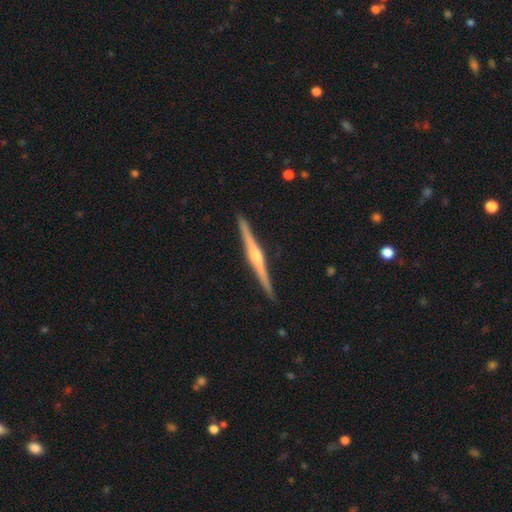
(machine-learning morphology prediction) Smooth or featured: featured or disk — 83% (smooth — 12%)
Edge-on disk: yes — 99% (no — 1%)
Edge-on bulge: rounded — 77% (boxy — 13%)
Merging: none — 92% (minor disturbance — 6%)